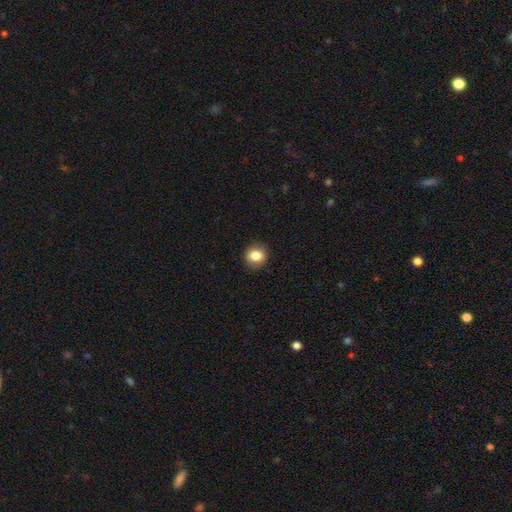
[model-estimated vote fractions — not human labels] Smooth or featured?
  - smooth: 85% *
  - star or artifact: 9%
  - featured or disk: 6%
How rounded?
  - round: 78% *
  - in between: 21%
  - cigar-shaped: 1%
Merging?
  - none: 89% *
  - minor disturbance: 8%
  - major disturbance: 2%
  - merger: 1%